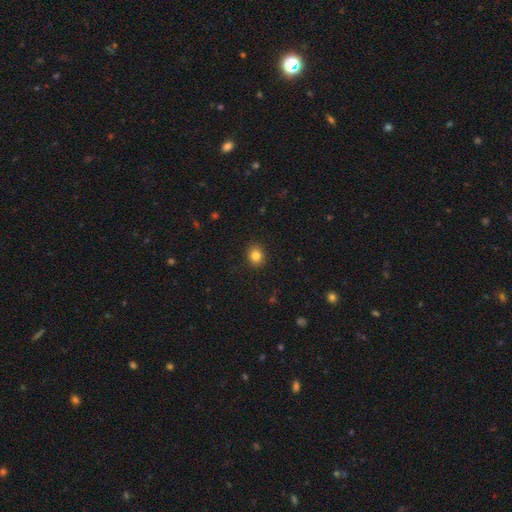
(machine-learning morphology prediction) smooth_or_featured: smooth (p=0.83) [alt: star or artifact p=0.11]
how_rounded: round (p=0.72) [alt: in between p=0.27]
merging: none (p=0.91) [alt: minor disturbance p=0.06]